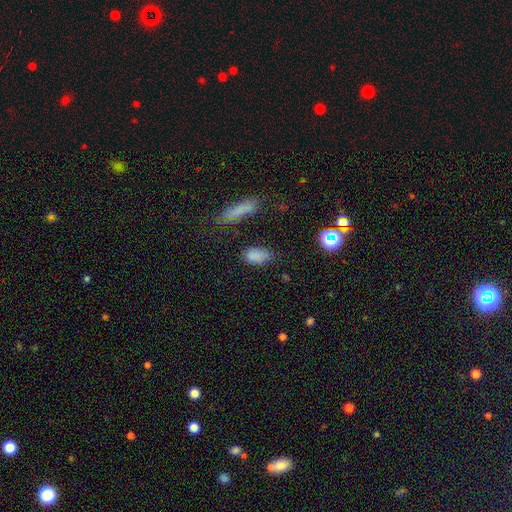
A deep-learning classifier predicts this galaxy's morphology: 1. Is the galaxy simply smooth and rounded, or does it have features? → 79% smooth, 14% star or artifact, 6% featured or disk.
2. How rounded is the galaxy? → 89% in between, 7% round, 4% cigar-shaped.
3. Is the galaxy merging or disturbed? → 66% none, 23% minor disturbance, 7% major disturbance, 4% merger.